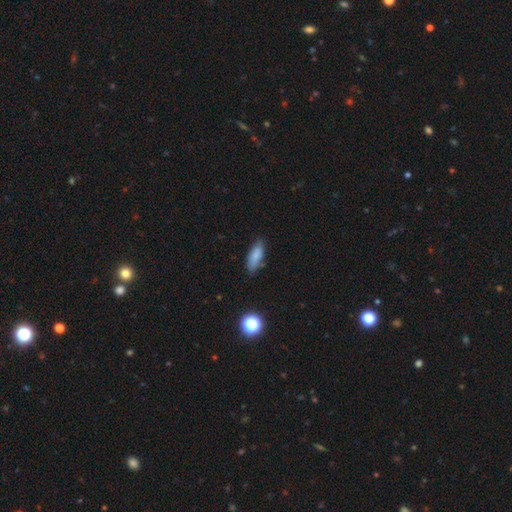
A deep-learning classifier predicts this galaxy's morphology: A smooth galaxy with no disk features (83%) that is in between round and cigar-shaped (69%). Merging: none (74%).